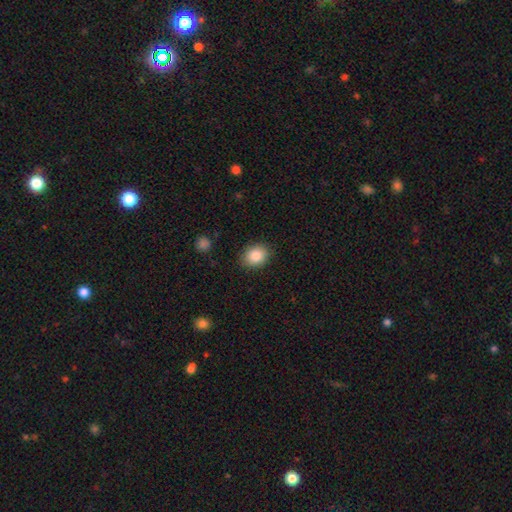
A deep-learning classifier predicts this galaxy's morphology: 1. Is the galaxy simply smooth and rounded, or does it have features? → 86% smooth, 8% star or artifact, 6% featured or disk.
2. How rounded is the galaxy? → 55% in between, 44% round, 1% cigar-shaped.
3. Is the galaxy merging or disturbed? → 87% none, 10% minor disturbance, 3% major disturbance, 1% merger.